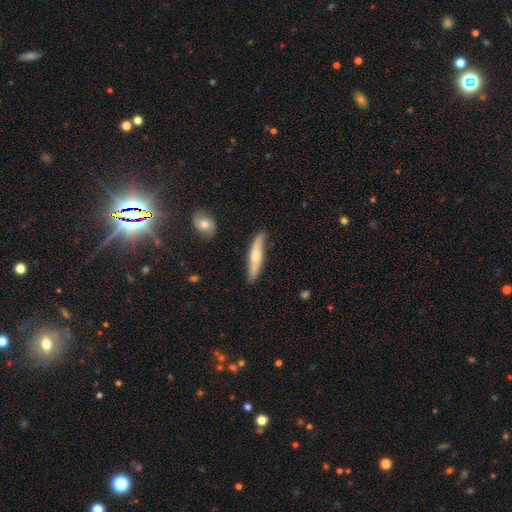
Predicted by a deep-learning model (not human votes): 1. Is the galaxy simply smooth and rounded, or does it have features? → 55% smooth, 40% featured or disk, 5% star or artifact.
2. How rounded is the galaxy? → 85% cigar-shaped, 13% in between, 2% round.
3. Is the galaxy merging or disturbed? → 85% none, 12% minor disturbance, 2% major disturbance, 2% merger.